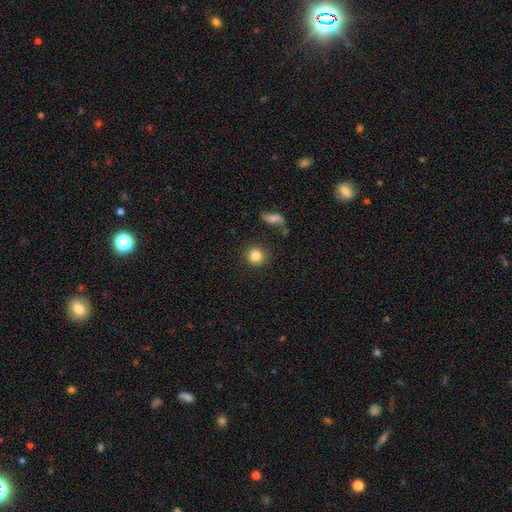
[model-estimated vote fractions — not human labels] A smooth galaxy with no disk features (84%) that is round (91%). Merging: none (86%).